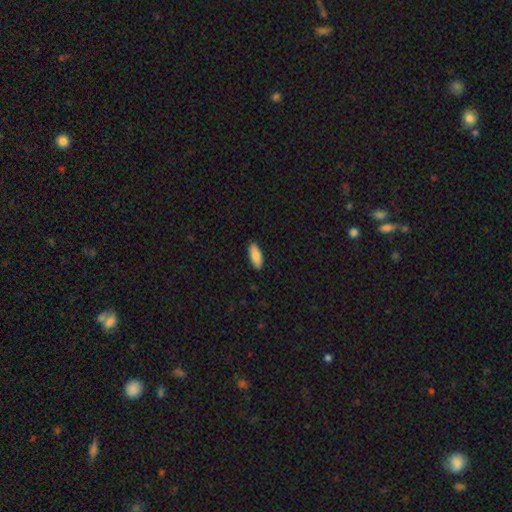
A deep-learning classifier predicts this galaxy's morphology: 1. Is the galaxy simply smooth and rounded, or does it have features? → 86% smooth, 8% featured or disk, 6% star or artifact.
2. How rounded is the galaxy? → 71% in between, 27% cigar-shaped, 2% round.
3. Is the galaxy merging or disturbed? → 90% none, 8% minor disturbance, 2% major disturbance, 1% merger.